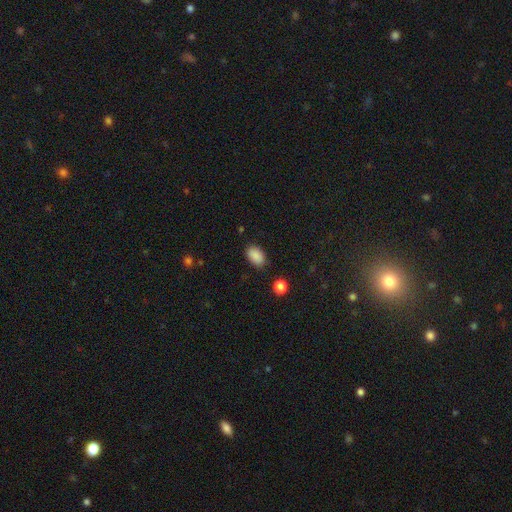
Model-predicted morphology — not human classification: Smooth or featured?
  - smooth: 89% *
  - star or artifact: 8%
  - featured or disk: 3%
How rounded?
  - in between: 89% *
  - round: 10%
  - cigar-shaped: 1%
Merging?
  - none: 85% *
  - minor disturbance: 11%
  - major disturbance: 3%
  - merger: 2%